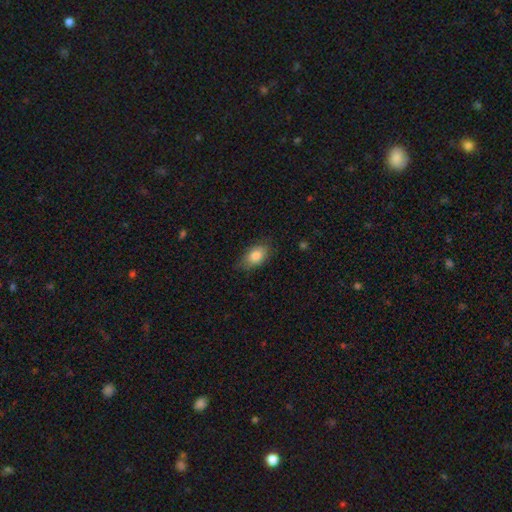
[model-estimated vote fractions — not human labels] This is clearly a smooth galaxy (84%). How rounded: clearly in between (89%). Merging: likely none (78%).